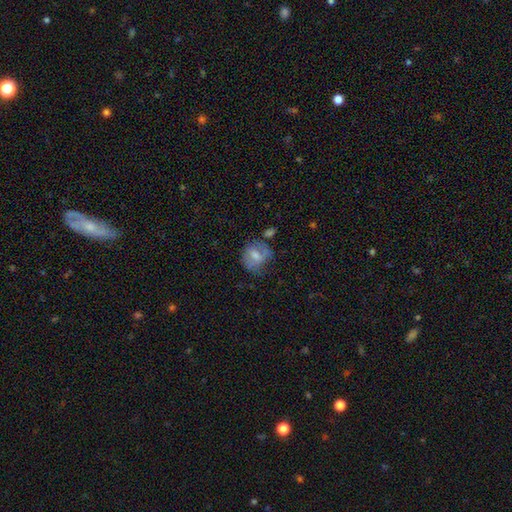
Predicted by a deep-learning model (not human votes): Morphology: type=smooth (58%); roundness=round (60%); merging=none (47%).